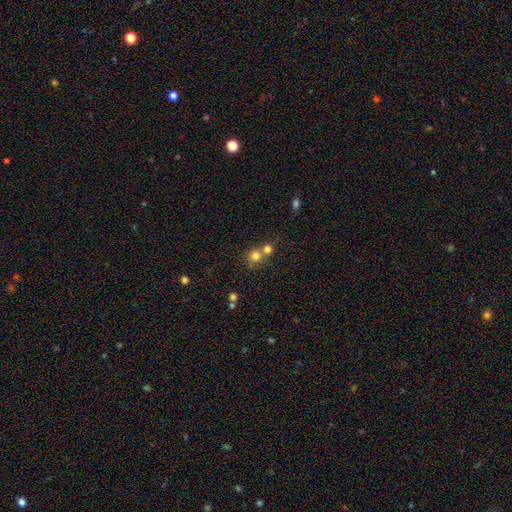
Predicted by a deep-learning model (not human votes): Smooth or featured? Predicted: smooth (p=0.76). How rounded? Predicted: round (p=0.86). Merging? Predicted: merger (p=0.49).